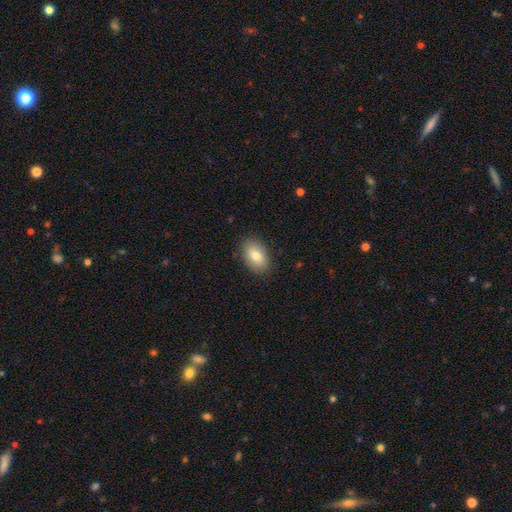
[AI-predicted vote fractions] Smooth or featured?
  - smooth: 79% *
  - featured or disk: 13%
  - star or artifact: 7%
How rounded?
  - in between: 90% *
  - round: 9%
  - cigar-shaped: 2%
Merging?
  - none: 87% *
  - minor disturbance: 10%
  - major disturbance: 2%
  - merger: 1%